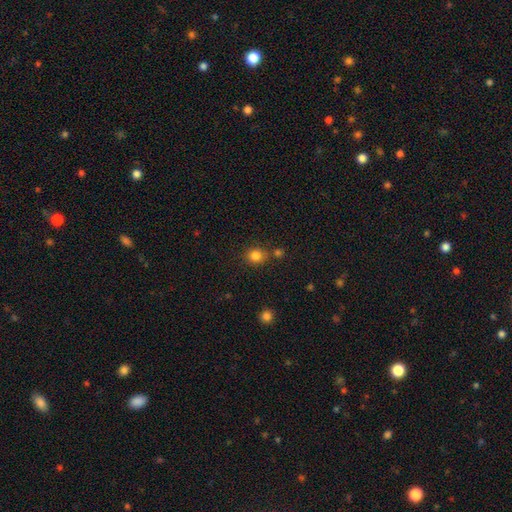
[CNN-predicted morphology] Q: Smooth or featured?
A: smooth (83%); runner-up: star or artifact (12%)
Q: How rounded?
A: round (84%); runner-up: in between (15%)
Q: Merging?
A: none (73%); runner-up: merger (13%)